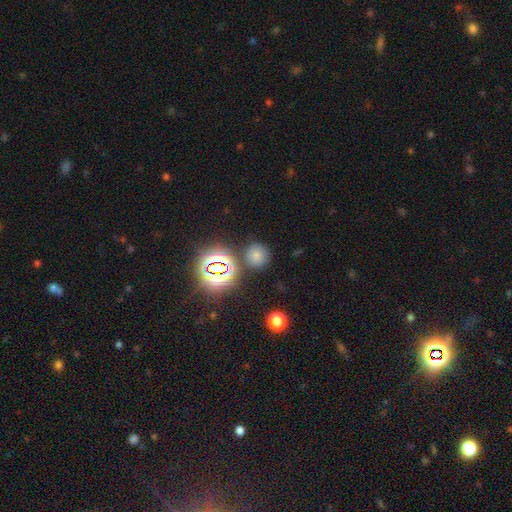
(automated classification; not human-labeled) Smooth or featured: smooth — 65% (star or artifact — 26%)
How rounded: round — 87% (in between — 12%)
Merging: none — 80% (minor disturbance — 10%)